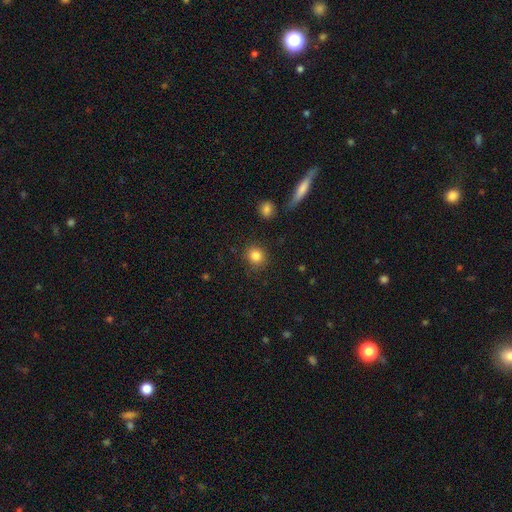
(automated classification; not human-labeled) This appears to be a smooth galaxy with no disk features (85%) that is round (87%). Merging: none (86%).